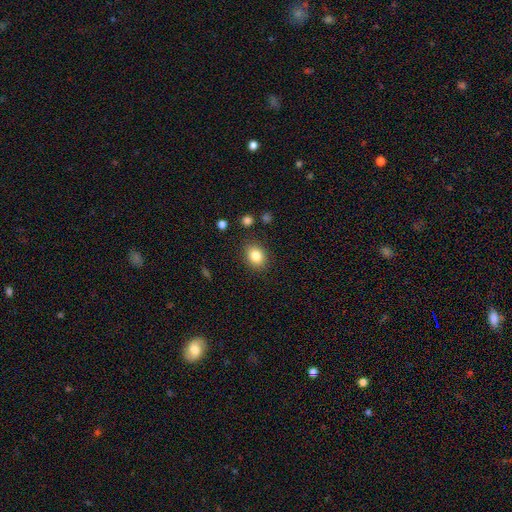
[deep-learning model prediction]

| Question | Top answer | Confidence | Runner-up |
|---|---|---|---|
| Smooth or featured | smooth | 83% | star or artifact (10%) |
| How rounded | round | 55% | in between (44%) |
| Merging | none | 87% | minor disturbance (9%) |